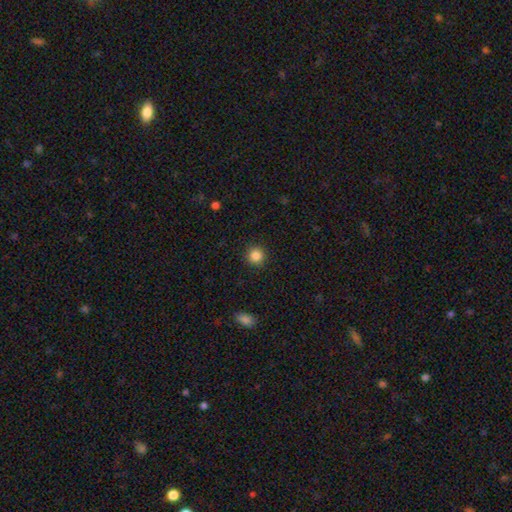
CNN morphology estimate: Smooth or featured? Predicted: smooth (p=0.85). How rounded? Predicted: round (p=0.94). Merging? Predicted: none (p=0.92).